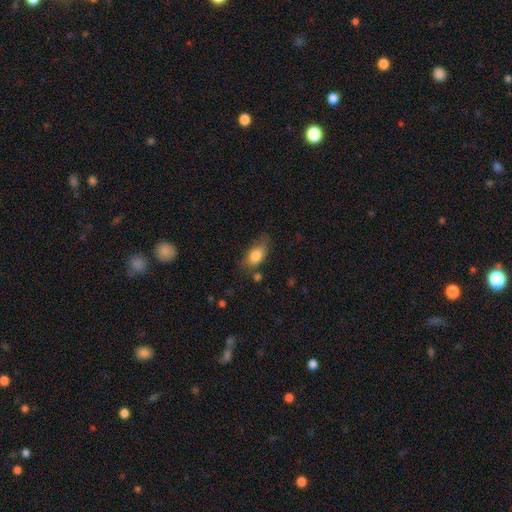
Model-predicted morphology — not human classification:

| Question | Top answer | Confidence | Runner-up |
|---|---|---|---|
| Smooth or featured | smooth | 81% | featured or disk (12%) |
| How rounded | in between | 87% | round (7%) |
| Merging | none | 57% | minor disturbance (28%) |